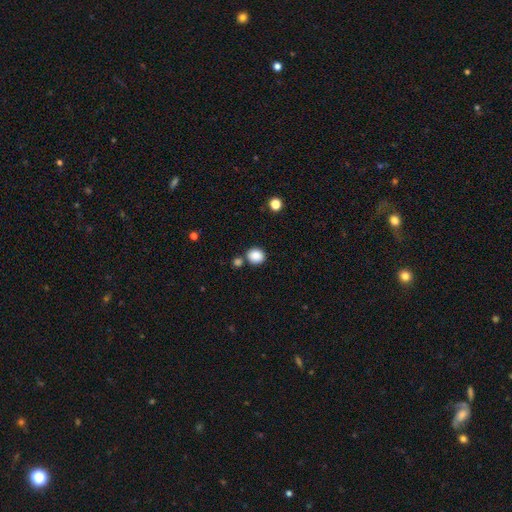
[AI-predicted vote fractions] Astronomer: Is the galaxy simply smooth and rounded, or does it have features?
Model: smooth — 87%.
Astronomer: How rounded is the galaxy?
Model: round — 75%.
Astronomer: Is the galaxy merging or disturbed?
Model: none — 74%.